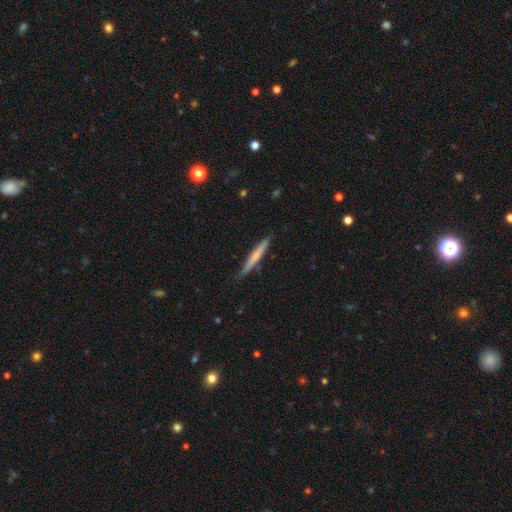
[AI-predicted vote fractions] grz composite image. It shows a smooth galaxy with no disk features (54%) that is cigar-shaped (96%). Merging: none (87%).